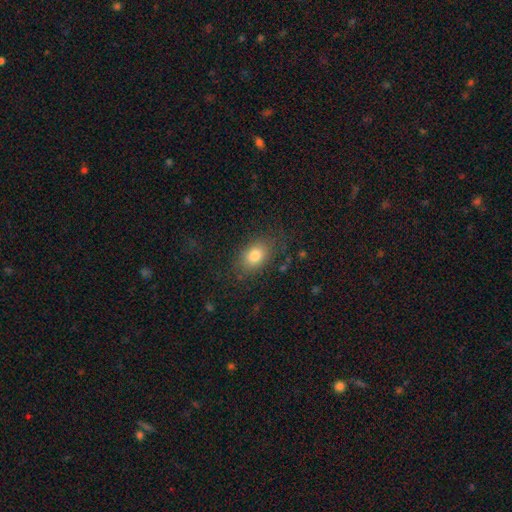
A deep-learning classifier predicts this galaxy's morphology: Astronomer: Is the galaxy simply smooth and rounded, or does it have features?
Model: smooth — 80%.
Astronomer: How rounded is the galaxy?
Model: in between — 81%.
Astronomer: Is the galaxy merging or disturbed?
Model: none — 78%.